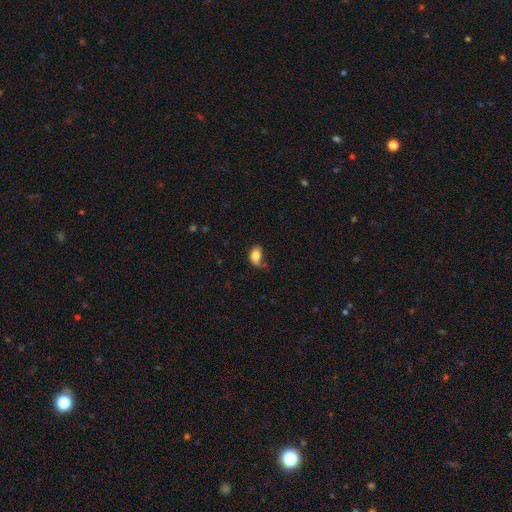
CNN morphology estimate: smooth_or_featured: smooth (p=0.80) [alt: featured or disk p=0.11]
how_rounded: in between (p=0.78) [alt: round p=0.21]
merging: none (p=0.38) [alt: minor disturbance p=0.34]